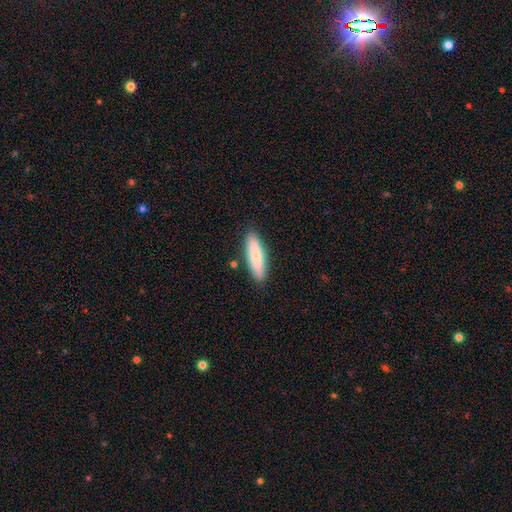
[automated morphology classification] This is likely a smooth galaxy (79%). How rounded: likely cigar-shaped (61%). Merging: clearly none (87%).